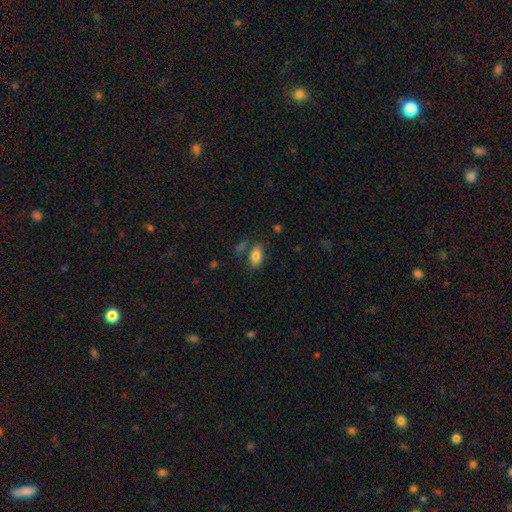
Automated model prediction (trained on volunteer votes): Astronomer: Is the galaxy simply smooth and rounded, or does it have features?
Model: smooth — 84%.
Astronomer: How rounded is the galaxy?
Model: in between — 91%.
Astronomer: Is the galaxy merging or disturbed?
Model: none — 71%.